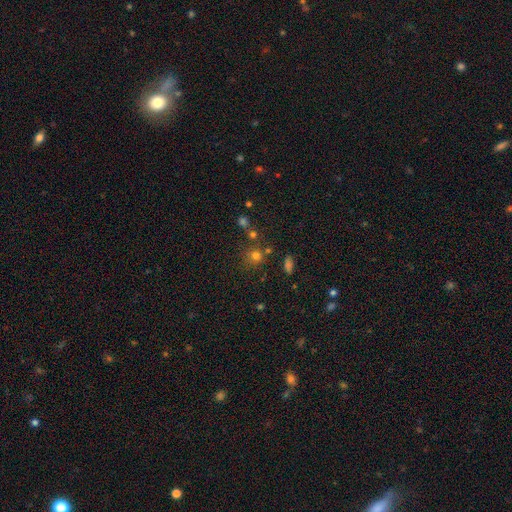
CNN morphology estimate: Smooth or featured? Predicted: smooth (p=0.71). How rounded? Predicted: round (p=0.85). Merging? Predicted: none (p=0.67).